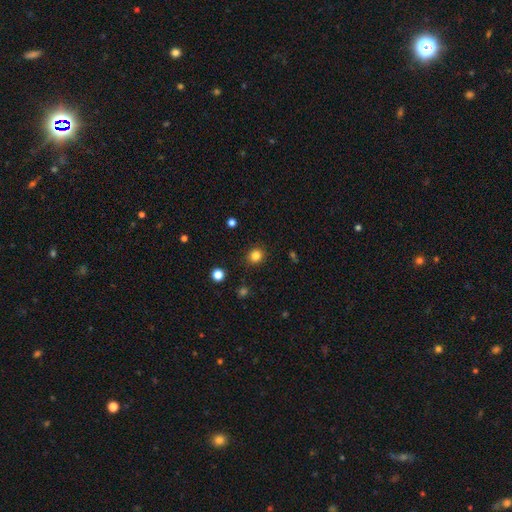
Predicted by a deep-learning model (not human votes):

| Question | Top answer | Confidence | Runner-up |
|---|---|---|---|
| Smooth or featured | smooth | 83% | star or artifact (13%) |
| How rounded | round | 86% | in between (13%) |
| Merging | none | 90% | minor disturbance (7%) |